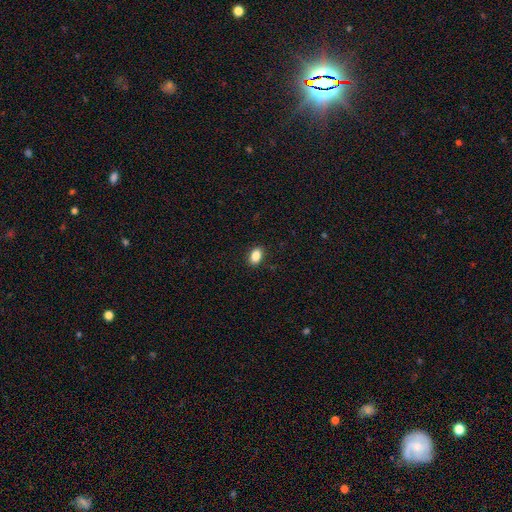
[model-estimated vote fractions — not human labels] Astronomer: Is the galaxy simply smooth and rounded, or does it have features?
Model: smooth — 87%.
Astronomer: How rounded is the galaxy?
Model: in between — 85%.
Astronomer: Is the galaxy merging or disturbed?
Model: none — 89%.